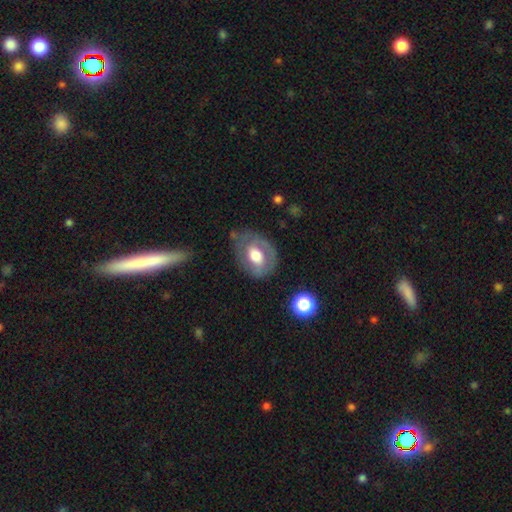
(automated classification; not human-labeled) Smooth or featured? Predicted: featured or disk (p=0.48). Merging? Predicted: none (p=0.62).